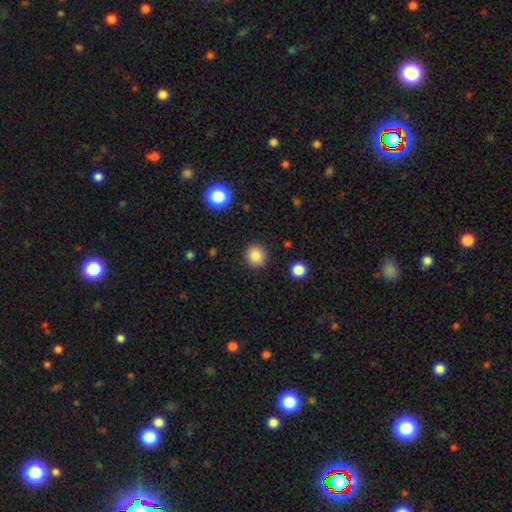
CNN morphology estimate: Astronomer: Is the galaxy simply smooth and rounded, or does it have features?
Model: smooth — 85%.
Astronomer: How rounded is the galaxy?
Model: round — 90%.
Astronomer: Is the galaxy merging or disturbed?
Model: none — 90%.